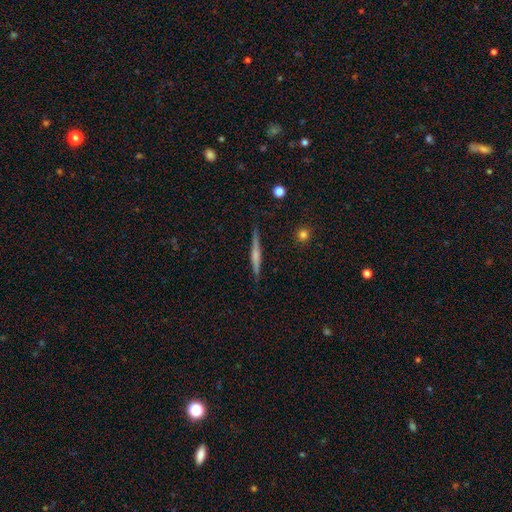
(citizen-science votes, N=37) Smooth or featured?
  - featured or disk: 68% *
  - smooth: 24%
  - star or artifact: 8%
Edge-on disk?
  - yes: 96% *
  - no: 4%
Edge-on bulge?
  - none: 38% *
  - rounded: 33%
  - boxy: 29%
Merging?
  - none: 91% *
  - minor disturbance: 6%
  - major disturbance: 3%
  - merger: 0%